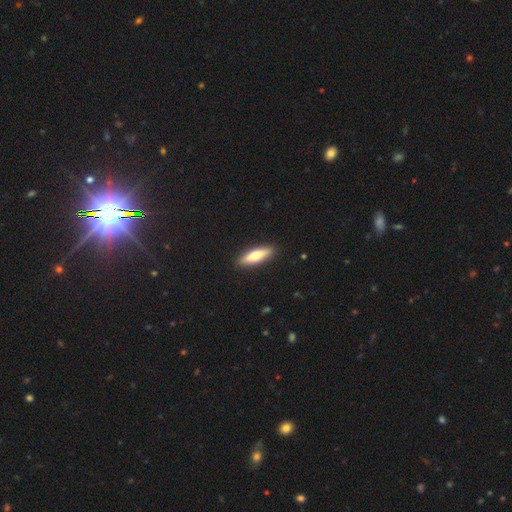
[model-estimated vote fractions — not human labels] Q: Smooth or featured?
A: smooth (64%); runner-up: featured or disk (31%)
Q: How rounded?
A: cigar-shaped (61%); runner-up: in between (37%)
Q: Merging?
A: none (91%); runner-up: minor disturbance (7%)